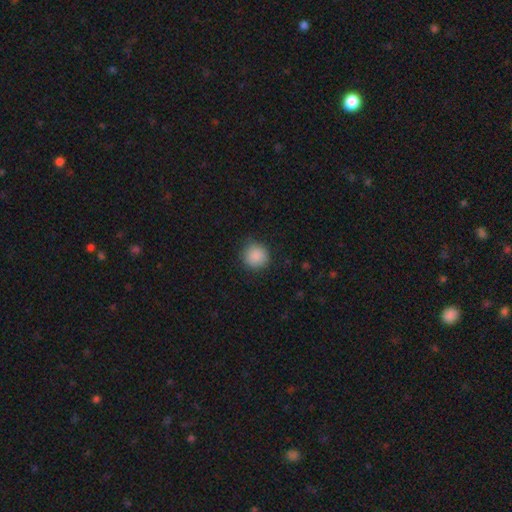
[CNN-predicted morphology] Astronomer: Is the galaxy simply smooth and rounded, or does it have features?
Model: smooth — 88%.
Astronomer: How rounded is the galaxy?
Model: round — 92%.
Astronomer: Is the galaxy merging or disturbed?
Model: none — 86%.